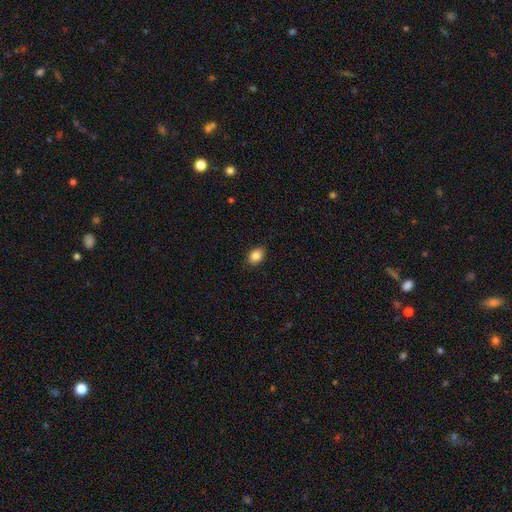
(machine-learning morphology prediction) Q: Smooth or featured?
A: smooth (86%); runner-up: star or artifact (8%)
Q: How rounded?
A: in between (76%); runner-up: round (23%)
Q: Merging?
A: none (87%); runner-up: minor disturbance (10%)